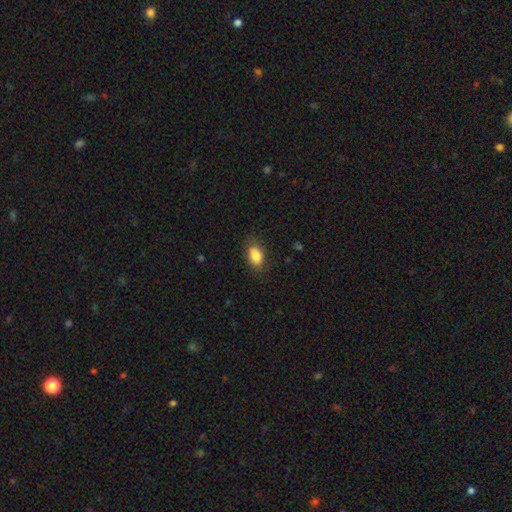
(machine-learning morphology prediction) smooth_or_featured: smooth (p=0.86) [alt: star or artifact p=0.08]
how_rounded: in between (p=0.86) [alt: round p=0.12]
merging: none (p=0.81) [alt: minor disturbance p=0.15]